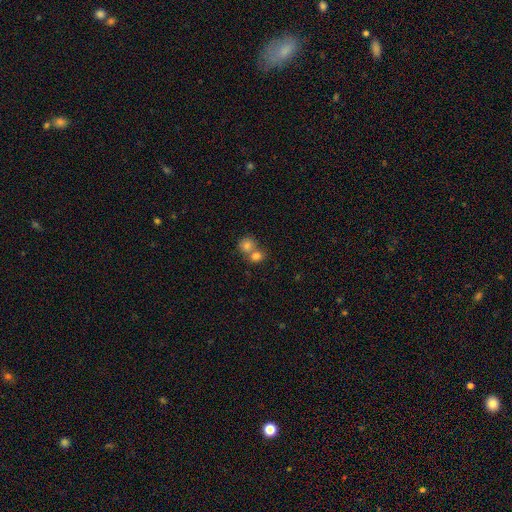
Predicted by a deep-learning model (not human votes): Q: Smooth or featured?
A: smooth (79%); runner-up: star or artifact (11%)
Q: How rounded?
A: round (75%); runner-up: in between (24%)
Q: Merging?
A: merger (54%); runner-up: none (38%)